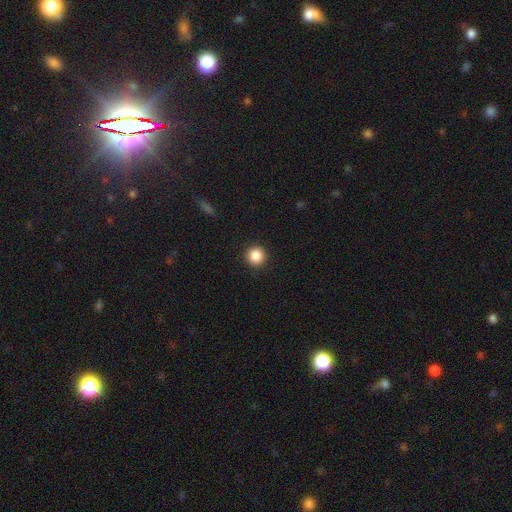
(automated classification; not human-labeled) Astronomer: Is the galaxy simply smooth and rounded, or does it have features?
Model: smooth — 87%.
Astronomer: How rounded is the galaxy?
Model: round — 96%.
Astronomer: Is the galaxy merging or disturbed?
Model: none — 93%.